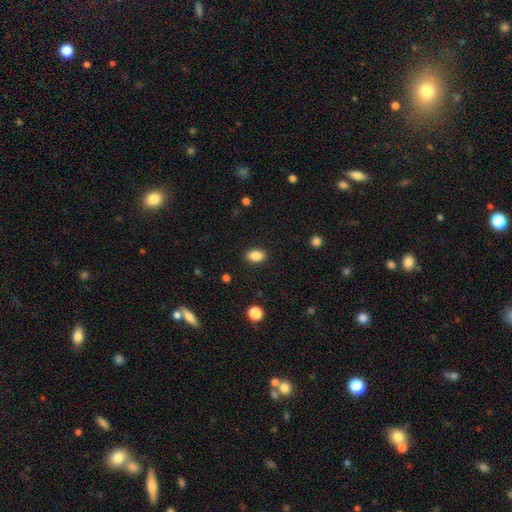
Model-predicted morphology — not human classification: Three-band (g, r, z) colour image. It shows a smooth galaxy with no disk features (87%) that is in between round and cigar-shaped (86%). Merging: none (88%).